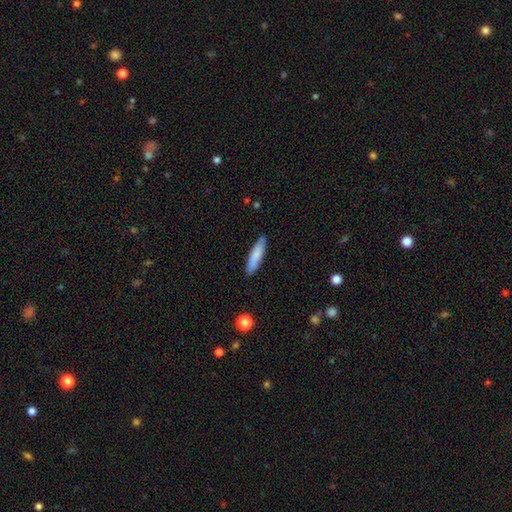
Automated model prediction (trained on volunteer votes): Overall: smooth (81%). How rounded: cigar-shaped (77%). Merging: none (84%).